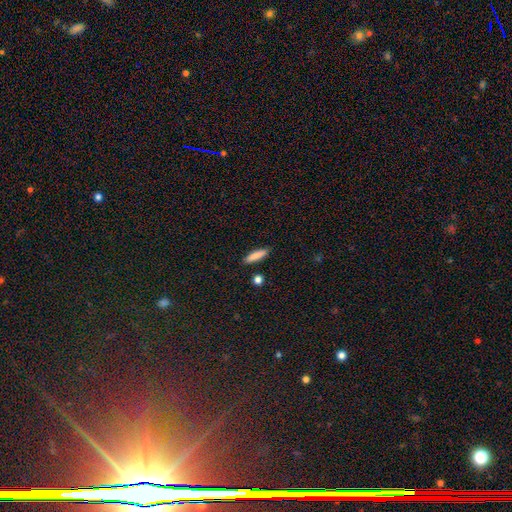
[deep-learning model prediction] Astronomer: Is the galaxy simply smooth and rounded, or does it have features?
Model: smooth — 83%.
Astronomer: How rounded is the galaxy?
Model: cigar-shaped — 78%.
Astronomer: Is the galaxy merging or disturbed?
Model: none — 89%.